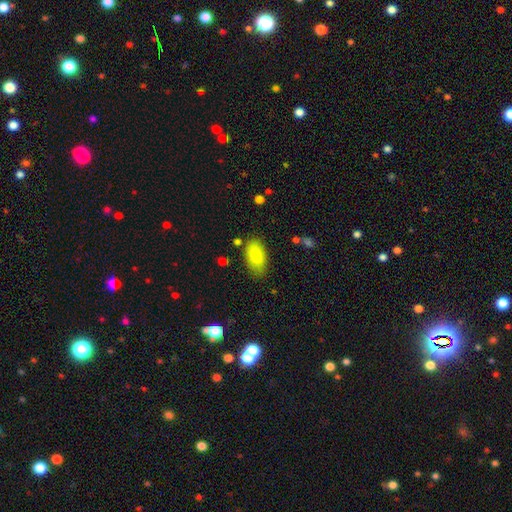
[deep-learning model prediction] The model was most divided on "merging": none: 78%, minor disturbance: 15%, major disturbance: 4%, merger: 3%. More confident: how rounded — in between (93%); smooth or featured — smooth (84%).